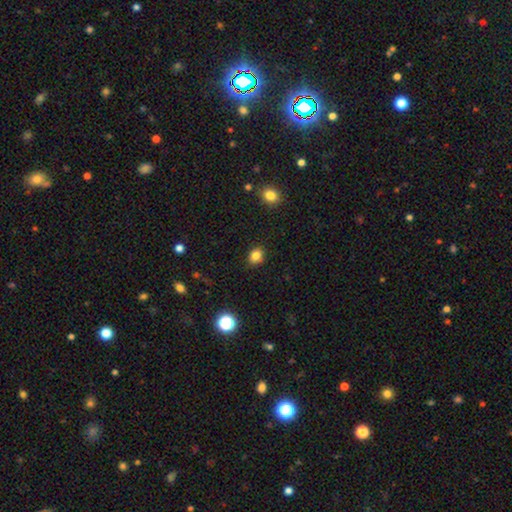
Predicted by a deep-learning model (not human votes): This appears to be a smooth galaxy with no disk features (82%) that is round (51%). Merging: none (86%).